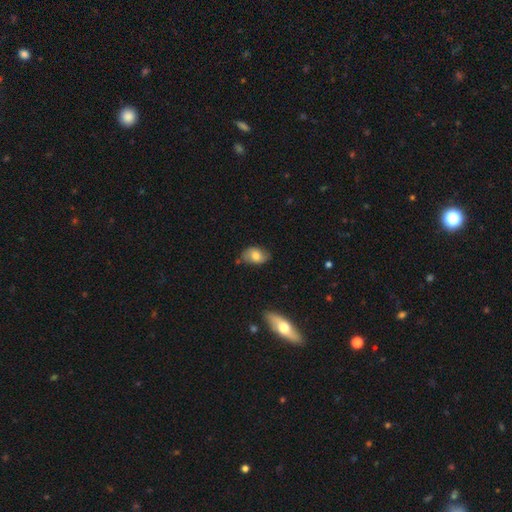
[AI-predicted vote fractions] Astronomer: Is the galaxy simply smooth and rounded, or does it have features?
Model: smooth — 66%.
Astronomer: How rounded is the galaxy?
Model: in between — 86%.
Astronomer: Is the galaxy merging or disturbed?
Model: none — 68%.